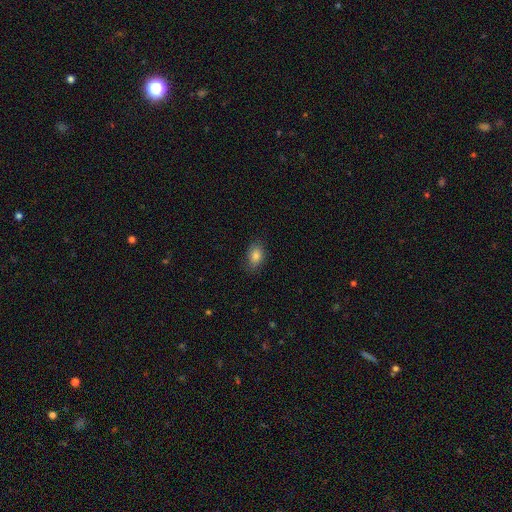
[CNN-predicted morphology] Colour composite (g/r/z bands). It shows a smooth galaxy with no disk features (83%) that is in between round and cigar-shaped (82%). Merging: none (79%).